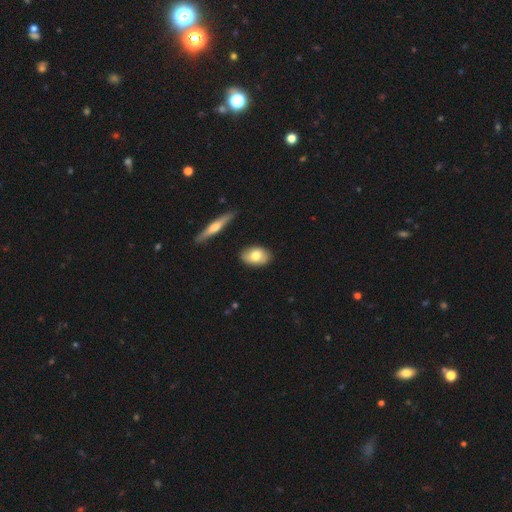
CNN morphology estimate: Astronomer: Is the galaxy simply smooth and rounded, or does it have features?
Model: smooth — 72%.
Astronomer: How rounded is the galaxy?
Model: in between — 87%.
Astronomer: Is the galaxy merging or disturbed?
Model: none — 85%.